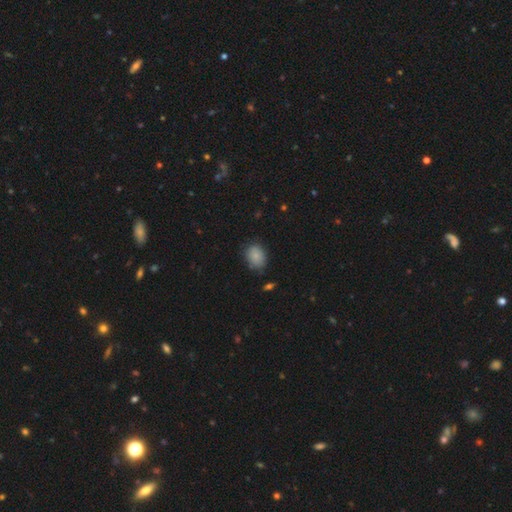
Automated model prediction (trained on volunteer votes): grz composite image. It shows a smooth galaxy with no disk features (87%) that is in between round and cigar-shaped (65%). Merging: none (77%).